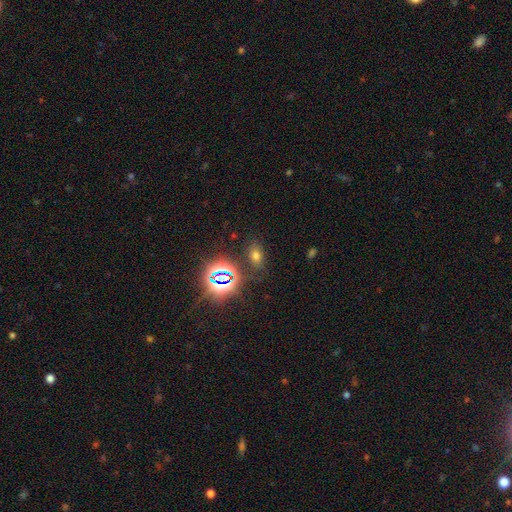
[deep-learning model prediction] smooth-or-featured: smooth: 58% | star or artifact: 33% | featured or disk: 9%
  how-rounded: in between: 83% | round: 14% | cigar-shaped: 3%
  merging: none: 81% | minor disturbance: 11% | major disturbance: 4% | merger: 3%